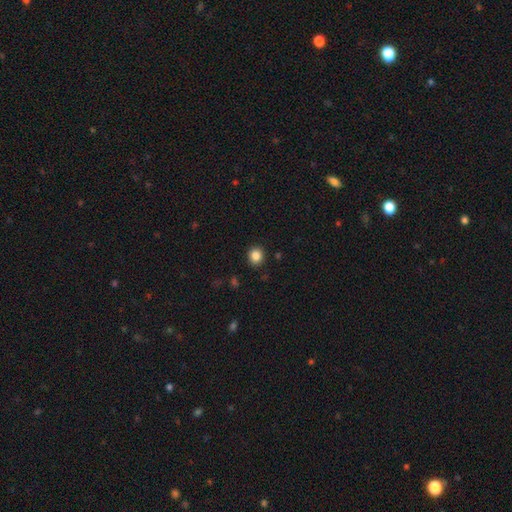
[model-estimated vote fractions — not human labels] Smooth or featured? smooth (85%)
How rounded? round (83%)
Merging? none (91%)